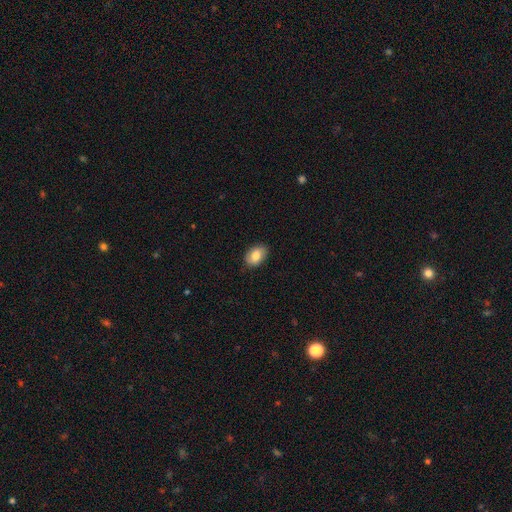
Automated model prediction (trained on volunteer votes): Morphology: type=smooth (82%); roundness=in between (84%); merging=none (86%).